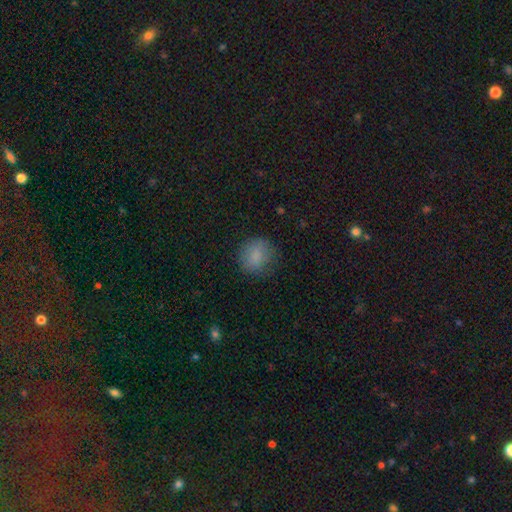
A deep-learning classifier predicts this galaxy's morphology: Q: Smooth or featured?
A: smooth (83%); runner-up: star or artifact (9%)
Q: How rounded?
A: round (80%); runner-up: in between (19%)
Q: Merging?
A: none (79%); runner-up: minor disturbance (15%)